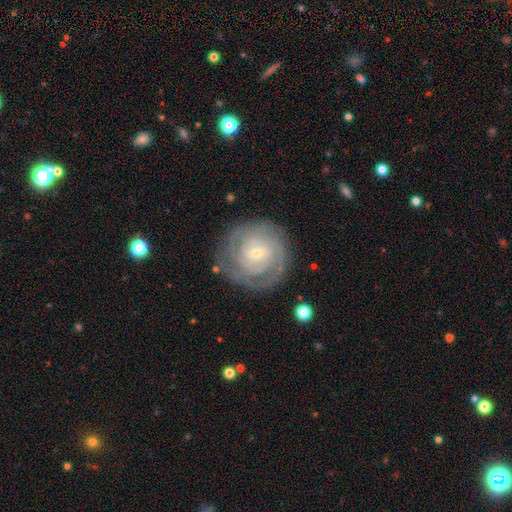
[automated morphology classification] Smooth or featured? featured or disk (79%)
Edge-on disk? no (97%)
Bar? no (66%)
Spiral arms? yes (90%)
Spiral winding? tight (78%)
Spiral arm count? can't tell (39%)
Bulge size? small (76%)
Merging? none (80%)